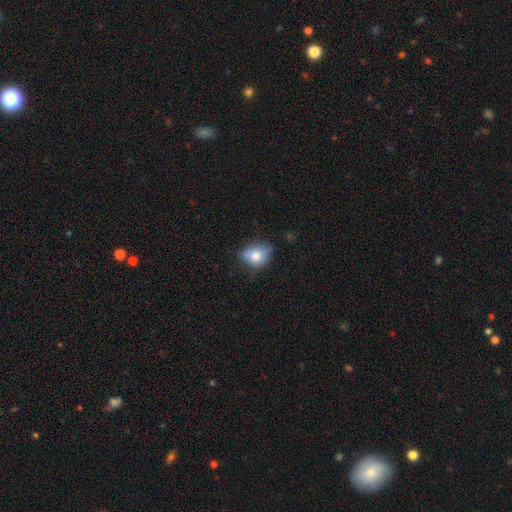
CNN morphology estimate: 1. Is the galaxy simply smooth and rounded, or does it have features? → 76% smooth, 15% featured or disk, 9% star or artifact.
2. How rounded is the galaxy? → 64% in between, 35% round, 2% cigar-shaped.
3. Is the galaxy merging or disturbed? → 52% none, 36% minor disturbance, 10% major disturbance, 2% merger.